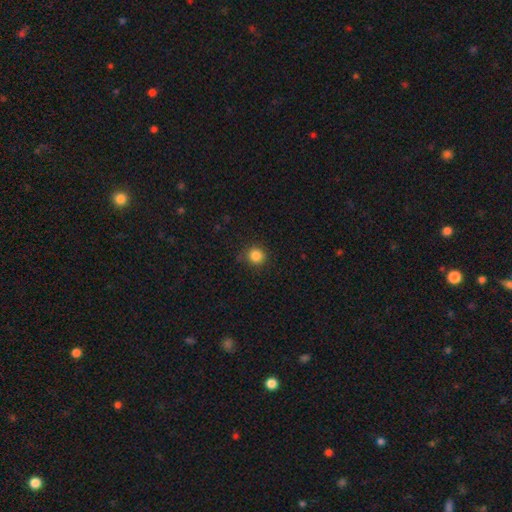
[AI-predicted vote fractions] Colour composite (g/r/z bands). It shows a smooth galaxy with no disk features (85%) that is round (92%). Merging: none (85%).